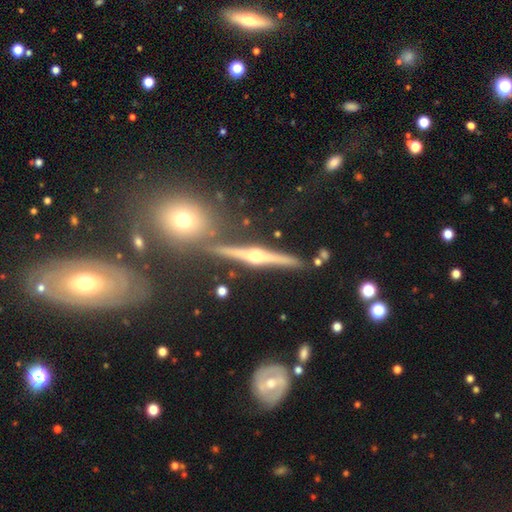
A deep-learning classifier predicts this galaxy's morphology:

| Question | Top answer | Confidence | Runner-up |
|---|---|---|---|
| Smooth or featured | featured or disk | 83% | smooth (9%) |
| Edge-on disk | yes | 97% | no (3%) |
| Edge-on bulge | rounded | 94% | boxy (3%) |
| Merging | none | 85% | minor disturbance (8%) |